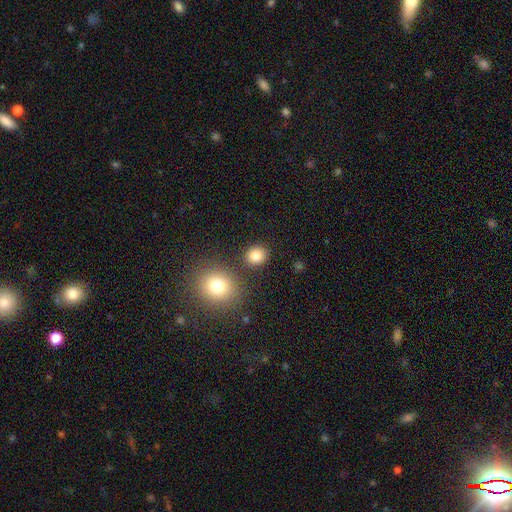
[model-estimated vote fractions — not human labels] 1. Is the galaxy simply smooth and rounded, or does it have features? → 83% smooth, 11% star or artifact, 5% featured or disk.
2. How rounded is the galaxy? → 78% round, 21% in between, 1% cigar-shaped.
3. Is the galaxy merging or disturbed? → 83% none, 7% minor disturbance, 7% merger, 3% major disturbance.